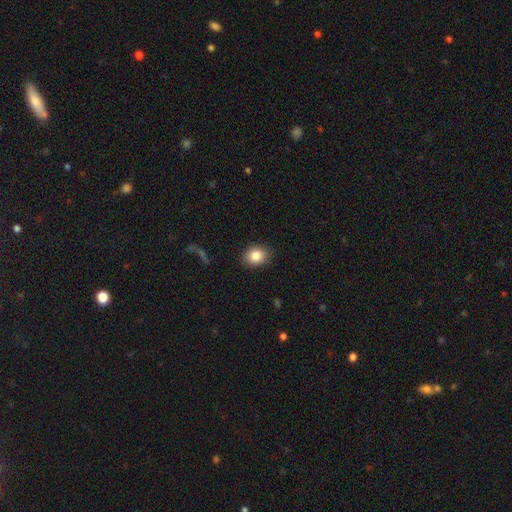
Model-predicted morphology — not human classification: type=smooth (85%); roundness=round (50%); merging=none (87%).